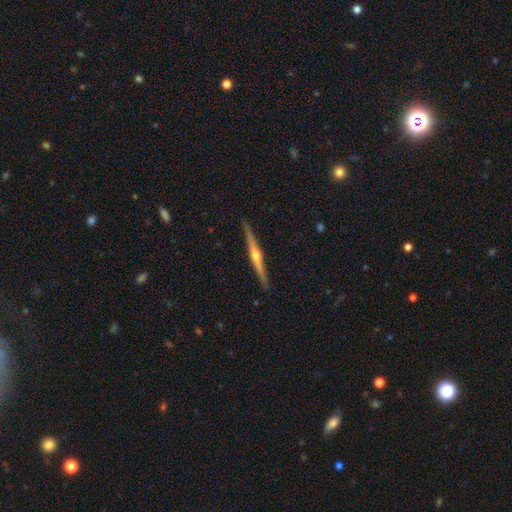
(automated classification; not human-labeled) Q: Smooth or featured?
A: featured or disk (83%); runner-up: smooth (12%)
Q: Edge-on disk?
A: yes (98%); runner-up: no (2%)
Q: Edge-on bulge?
A: rounded (93%); runner-up: none (5%)
Q: Merging?
A: none (92%); runner-up: minor disturbance (6%)